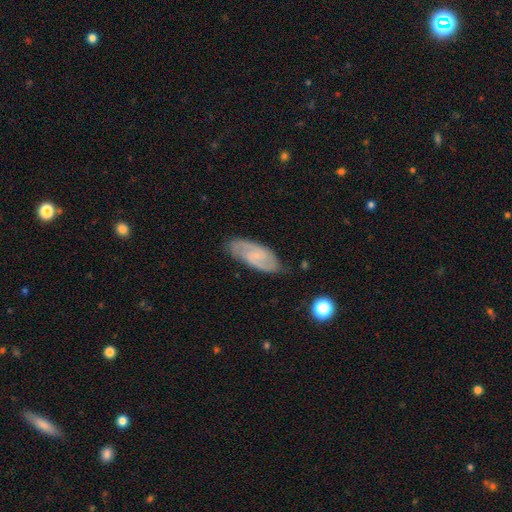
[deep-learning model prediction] smooth_or_featured: featured or disk (p=0.72) [alt: smooth p=0.22]
disk_edge_on: no (p=0.94) [alt: yes p=0.06]
bar: weak (p=0.47) [alt: no p=0.41]
has_spiral_arms: yes (p=0.94) [alt: no p=0.06]
spiral_winding: medium (p=0.47) [alt: tight p=0.35]
spiral_arm_count: 2 (p=0.82) [alt: can't tell p=0.10]
bulge_size: small (p=0.64) [alt: none p=0.22]
merging: none (p=0.79) [alt: minor disturbance p=0.16]